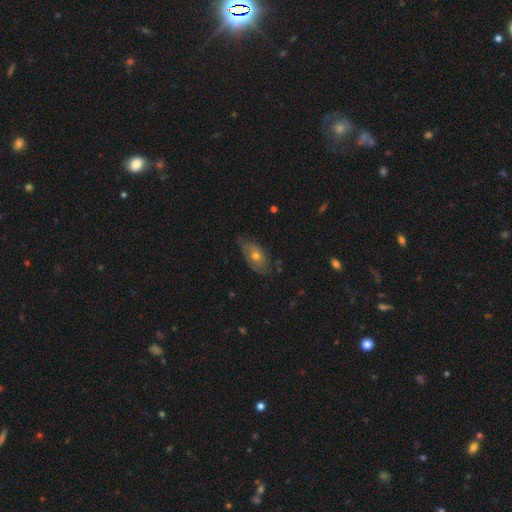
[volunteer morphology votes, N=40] Smooth or featured?
  - smooth: 50% *
  - featured or disk: 45%
  - star or artifact: 5%
How rounded?
  - in between: 90% *
  - round: 5%
  - cigar-shaped: 5%
Merging?
  - minor disturbance: 53% *
  - none: 45%
  - major disturbance: 3%
  - merger: 0%